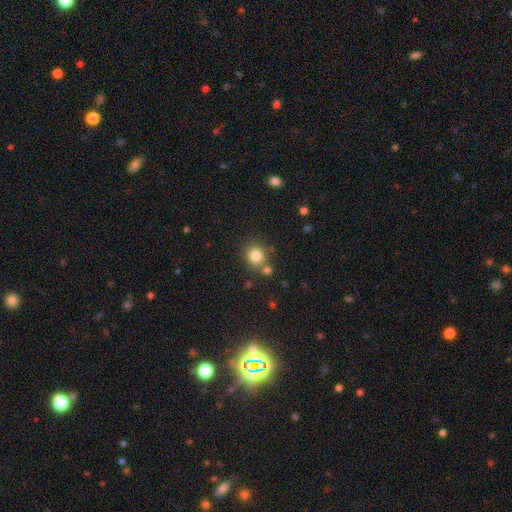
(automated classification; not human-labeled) Smooth or featured: smooth — 81% (star or artifact — 12%)
How rounded: round — 82% (in between — 17%)
Merging: none — 71% (merger — 16%)